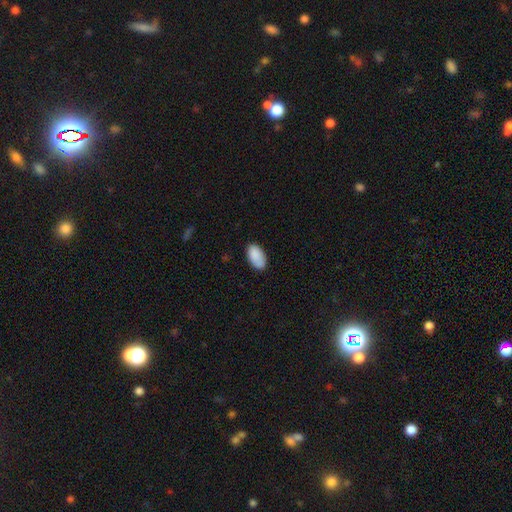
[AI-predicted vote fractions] The model was most divided on "merging": none: 81%, minor disturbance: 15%, major disturbance: 3%, merger: 1%. More confident: how rounded — in between (95%); smooth or featured — smooth (89%).